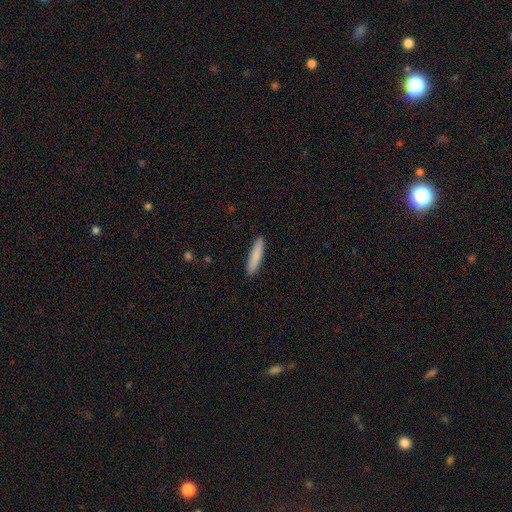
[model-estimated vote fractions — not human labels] Smooth or featured? Predicted: smooth (p=0.85). How rounded? Predicted: cigar-shaped (p=0.90). Merging? Predicted: none (p=0.91).